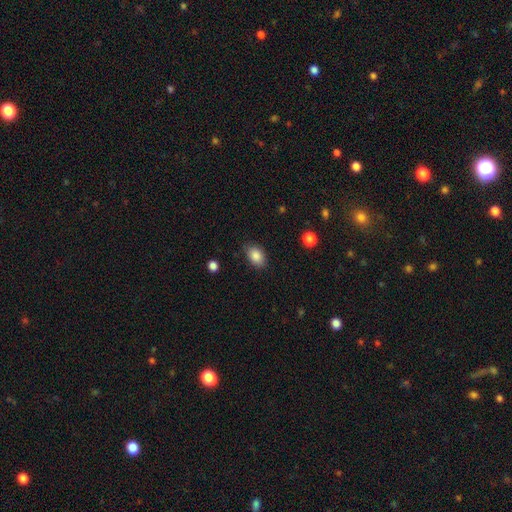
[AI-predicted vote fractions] Q: Smooth or featured?
A: smooth (87%); runner-up: star or artifact (8%)
Q: How rounded?
A: in between (86%); runner-up: round (13%)
Q: Merging?
A: none (82%); runner-up: minor disturbance (13%)